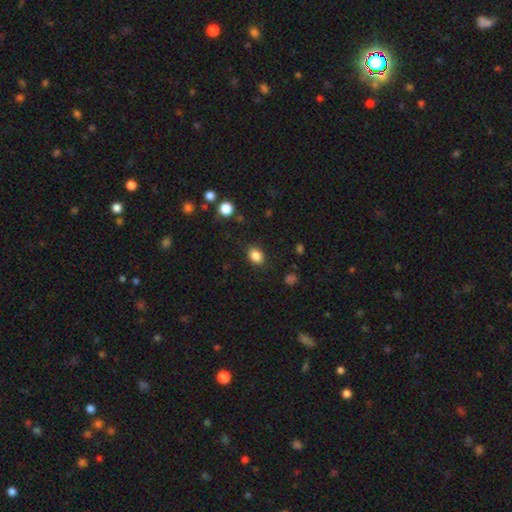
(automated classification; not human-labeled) Smooth or featured: smooth — 86% (star or artifact — 10%)
How rounded: in between — 65% (round — 34%)
Merging: none — 85% (minor disturbance — 11%)